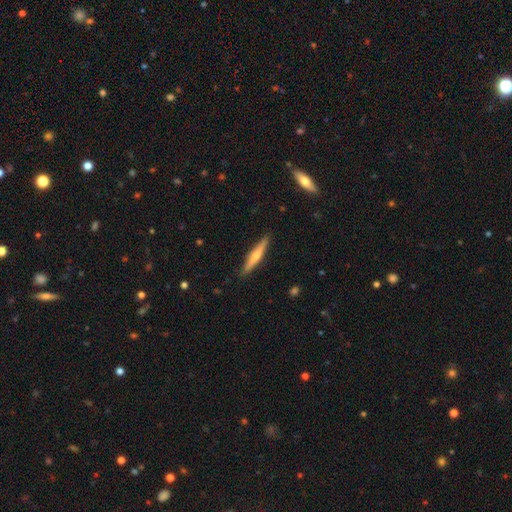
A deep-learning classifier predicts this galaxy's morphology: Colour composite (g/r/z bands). It shows a featured or disk galaxy (48%). Merging: none (89%).